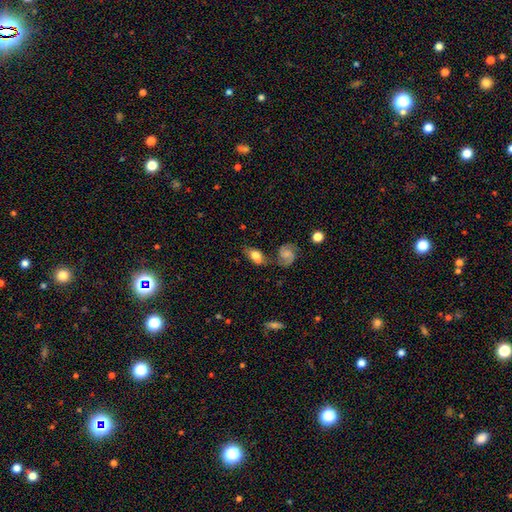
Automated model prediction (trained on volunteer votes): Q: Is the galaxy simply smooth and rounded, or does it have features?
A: smooth — 64%.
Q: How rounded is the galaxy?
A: in between — 78%.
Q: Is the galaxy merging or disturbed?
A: none — 40%.